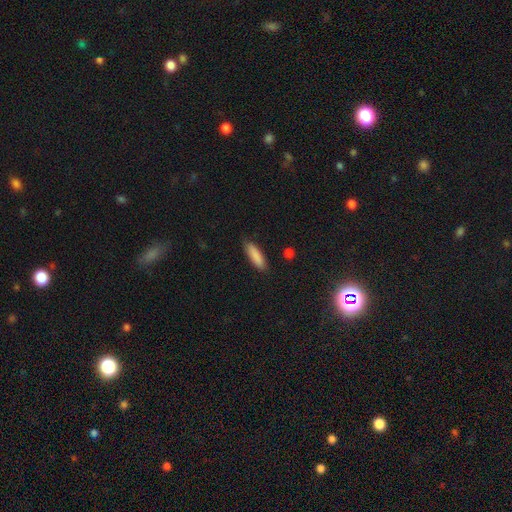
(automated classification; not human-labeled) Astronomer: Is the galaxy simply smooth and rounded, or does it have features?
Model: smooth — 87%.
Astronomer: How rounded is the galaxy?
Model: cigar-shaped — 60% (runner-up: in between, 38%).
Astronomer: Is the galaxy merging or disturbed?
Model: none — 85%.